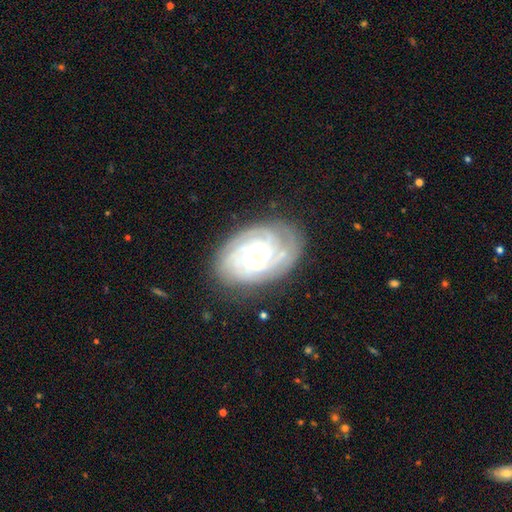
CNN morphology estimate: A featured or disk galaxy (86%) with no bar (70%), tight (82%) spiral arms (97%) and a moderate central bulge (49%).

Vote fractions:
- Smooth or featured? featured or disk: 86% / smooth: 8% / star or artifact: 6%
- Edge-on disk? no: 96% / yes: 4%
- Bar? no: 70% / weak: 23% / strong: 7%
- Spiral arms? yes: 97% / no: 3%
- Spiral winding? tight: 82% / medium: 15% / loose: 3%
- Spiral arm count? can't tell: 28% / 4: 22% / 3: 21% / 2: 12% / more than 4: 11% / 1: 6%
- Bulge size? moderate: 49% / small: 46% / large: 3% / none: 1% / dominant: 1%
- Merging? none: 79% / minor disturbance: 16% / major disturbance: 4% / merger: 1%